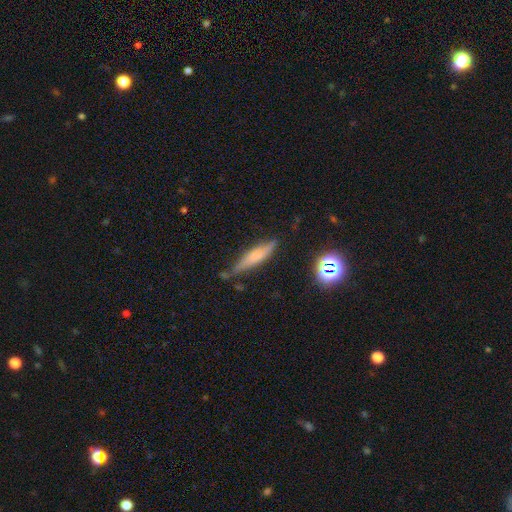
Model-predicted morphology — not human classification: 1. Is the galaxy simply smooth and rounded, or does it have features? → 50% smooth, 40% featured or disk, 11% star or artifact.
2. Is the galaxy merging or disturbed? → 68% none, 22% minor disturbance, 5% major disturbance, 4% merger.